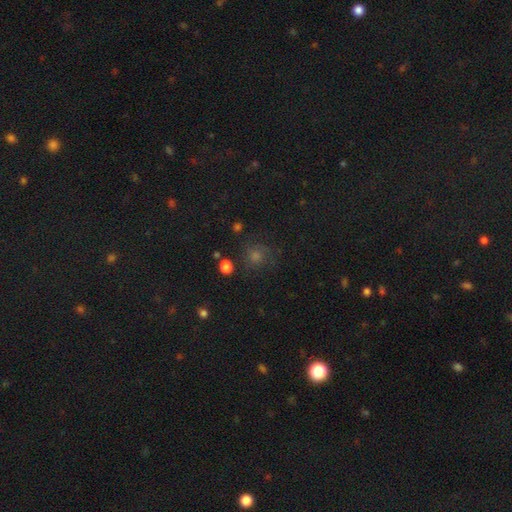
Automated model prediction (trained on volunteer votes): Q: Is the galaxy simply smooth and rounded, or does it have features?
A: smooth — 48%.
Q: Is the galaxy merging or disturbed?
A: none — 76%.